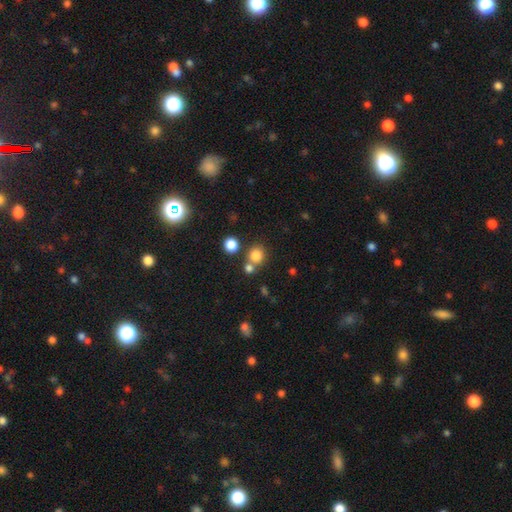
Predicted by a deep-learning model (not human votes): A smooth galaxy with no disk features (80%) that is round (86%).

Vote fractions:
- Smooth or featured? smooth: 80% / star or artifact: 14% / featured or disk: 6%
- How rounded? round: 86% / in between: 13% / cigar-shaped: 1%
- Merging? none: 65% / merger: 24% / minor disturbance: 8% / major disturbance: 3%